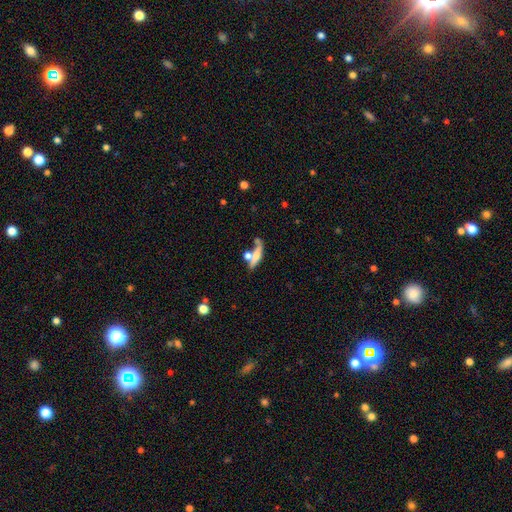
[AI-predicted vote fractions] This appears to be a smooth galaxy with no disk features (53%) that is cigar-shaped (69%). Merging: none (42%).